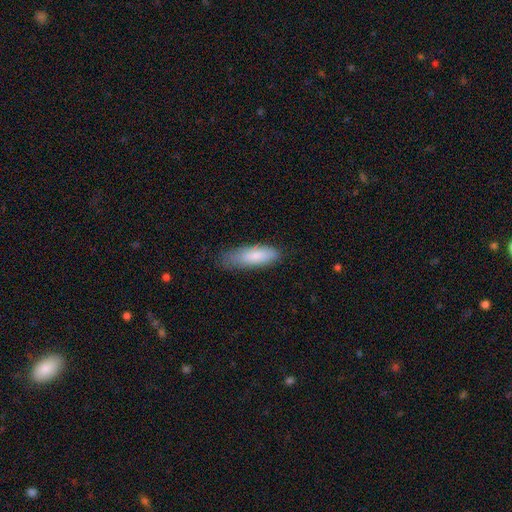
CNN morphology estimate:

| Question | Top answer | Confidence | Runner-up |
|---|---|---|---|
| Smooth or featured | smooth | 82% | featured or disk (12%) |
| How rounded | in between | 63% | cigar-shaped (35%) |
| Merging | none | 64% | minor disturbance (28%) |